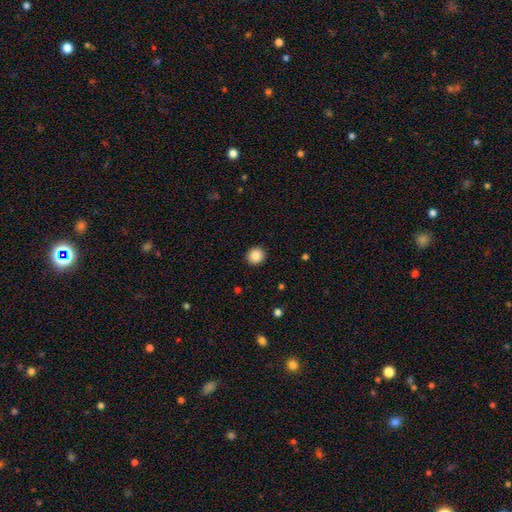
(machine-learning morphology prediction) smooth 87%, star or artifact 9%, featured or disk 4%. Down the decision tree: how rounded — round (94%); merging — none (93%).